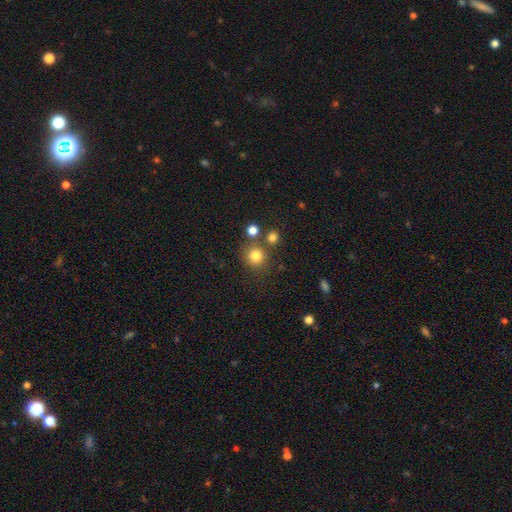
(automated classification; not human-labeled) Overall: smooth (80%). How rounded: round (91%). Merging: none (76%).